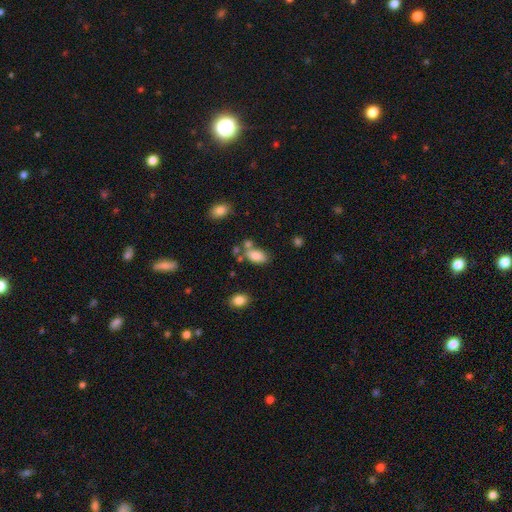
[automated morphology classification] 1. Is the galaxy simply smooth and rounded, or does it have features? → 83% smooth, 9% star or artifact, 8% featured or disk.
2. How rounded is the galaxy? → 92% in between, 5% round, 3% cigar-shaped.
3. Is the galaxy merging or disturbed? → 55% none, 21% merger, 17% minor disturbance, 6% major disturbance.